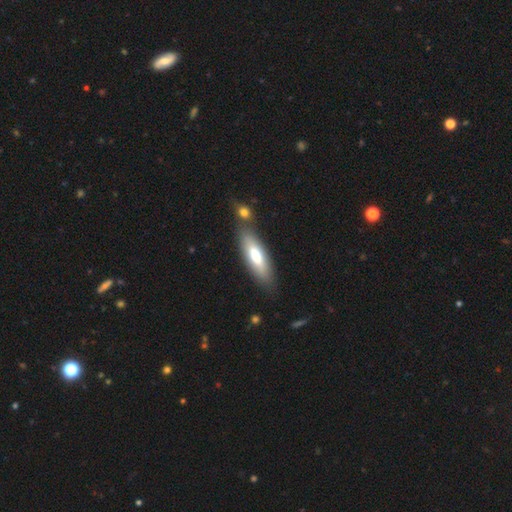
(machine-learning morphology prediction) A smooth galaxy with no disk features (71%) that is in between round and cigar-shaped (50%).

Vote fractions:
- Smooth or featured? smooth: 71% / featured or disk: 23% / star or artifact: 6%
- How rounded? in between: 50% / cigar-shaped: 49% / round: 2%
- Merging? none: 72% / minor disturbance: 13% / merger: 11% / major disturbance: 4%